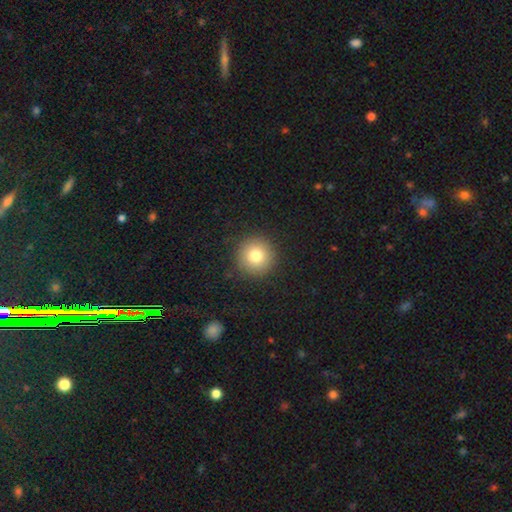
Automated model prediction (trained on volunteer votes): The model was most divided on "smooth or featured": smooth: 80%, star or artifact: 11%, featured or disk: 9%. More confident: how rounded — round (95%); merging — none (91%).